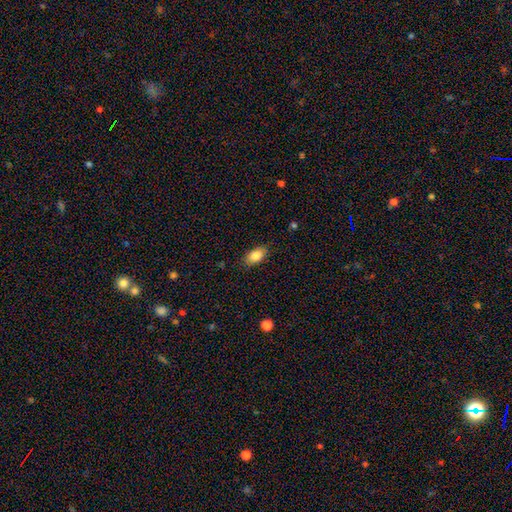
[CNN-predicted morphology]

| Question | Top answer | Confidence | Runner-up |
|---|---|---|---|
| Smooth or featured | smooth | 85% | featured or disk (8%) |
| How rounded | in between | 91% | round (6%) |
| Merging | none | 84% | minor disturbance (12%) |